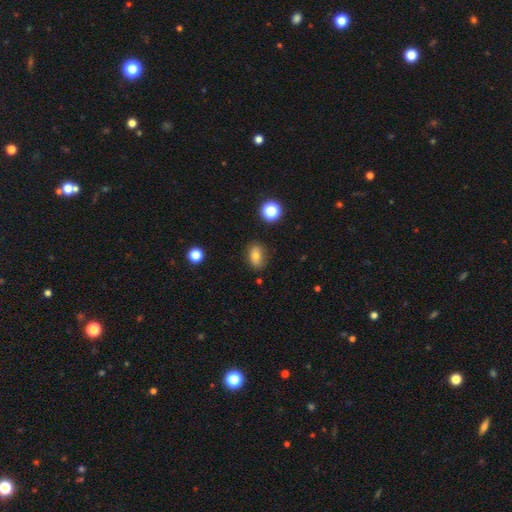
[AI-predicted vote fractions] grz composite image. It shows a smooth galaxy with no disk features (74%) that is in between round and cigar-shaped (76%). Merging: none (79%).